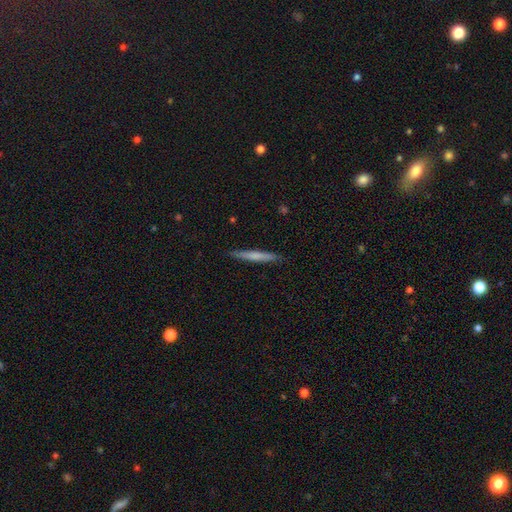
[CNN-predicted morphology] Smooth or featured?
  - smooth: 61% *
  - featured or disk: 34%
  - star or artifact: 6%
How rounded?
  - cigar-shaped: 96% *
  - in between: 3%
  - round: 1%
Merging?
  - none: 91% *
  - minor disturbance: 7%
  - major disturbance: 1%
  - merger: 1%